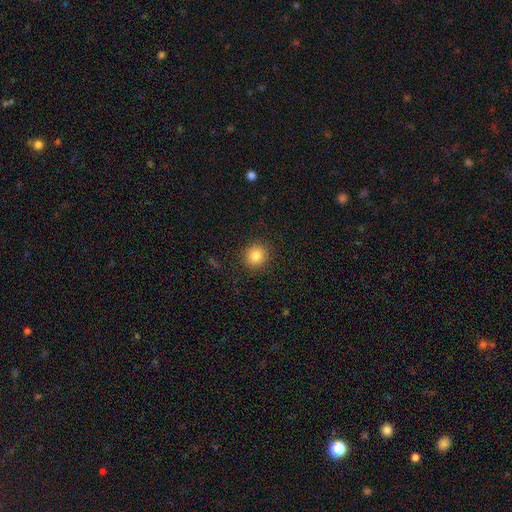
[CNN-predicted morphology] Smooth or featured? smooth (83%)
How rounded? round (91%)
Merging? none (91%)